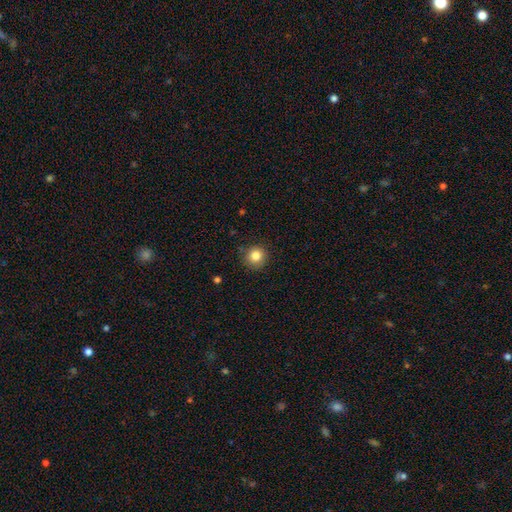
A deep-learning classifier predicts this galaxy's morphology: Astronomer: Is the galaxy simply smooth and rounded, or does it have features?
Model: smooth — 84%.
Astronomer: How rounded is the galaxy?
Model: round — 93%.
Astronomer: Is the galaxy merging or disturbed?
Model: none — 89%.